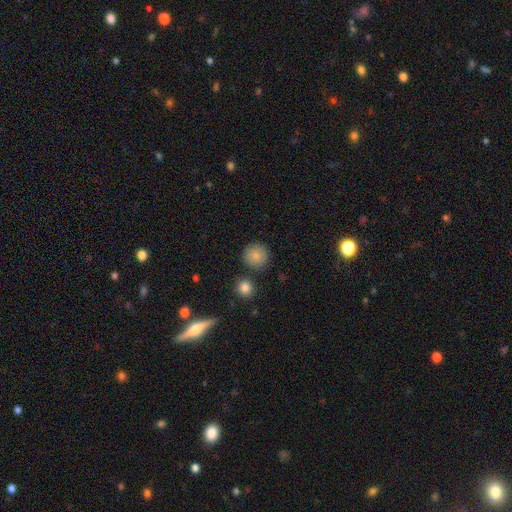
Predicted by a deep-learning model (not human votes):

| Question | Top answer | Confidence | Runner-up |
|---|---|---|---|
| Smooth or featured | smooth | 85% | star or artifact (10%) |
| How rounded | round | 94% | in between (5%) |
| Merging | none | 85% | minor disturbance (7%) |